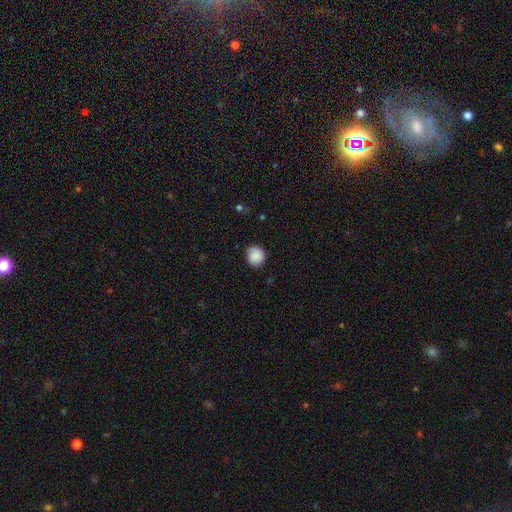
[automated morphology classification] Smooth or featured?
  - smooth: 87% *
  - star or artifact: 8%
  - featured or disk: 5%
How rounded?
  - round: 86% *
  - in between: 13%
  - cigar-shaped: 1%
Merging?
  - none: 84% *
  - minor disturbance: 12%
  - major disturbance: 3%
  - merger: 1%